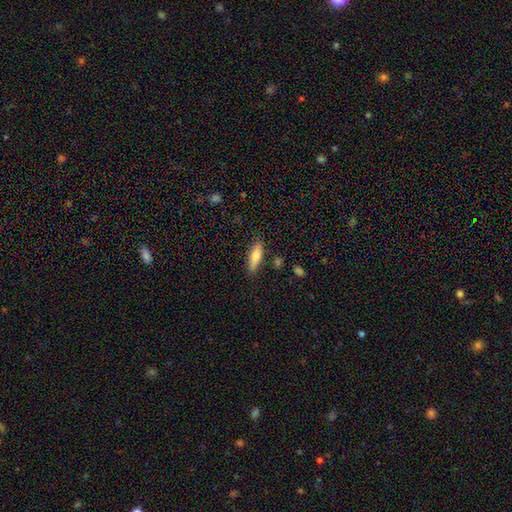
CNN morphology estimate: Overall: smooth (69%). How rounded: cigar-shaped (53%; in between 45%). Merging: none (81%).